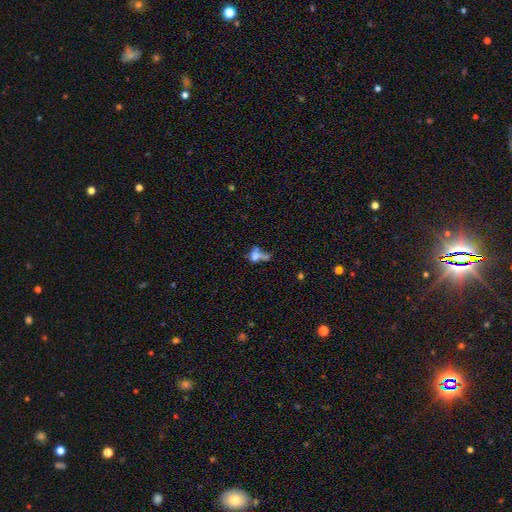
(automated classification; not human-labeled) This appears to be a smooth galaxy with no disk features (55%) that is in between round and cigar-shaped (56%). Merging: merger (40%).